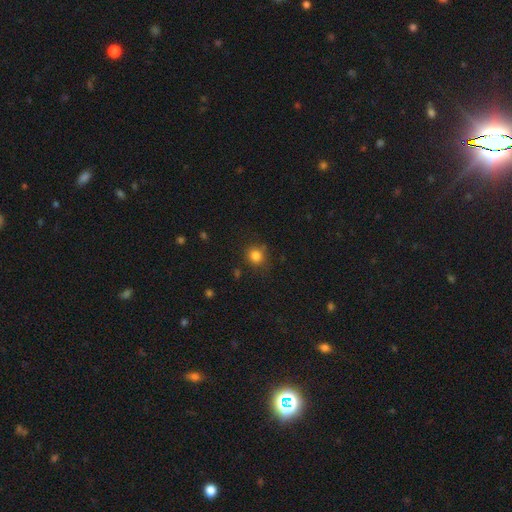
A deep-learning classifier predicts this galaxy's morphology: Q: Smooth or featured?
A: smooth (83%); runner-up: star or artifact (12%)
Q: How rounded?
A: round (87%); runner-up: in between (12%)
Q: Merging?
A: none (82%); runner-up: minor disturbance (12%)